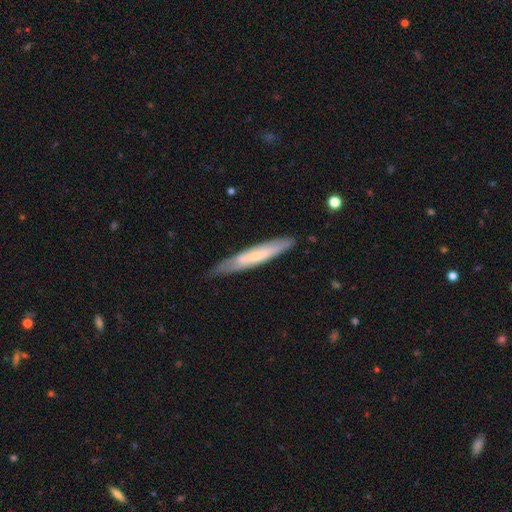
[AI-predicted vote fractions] Smooth or featured? Predicted: featured or disk (p=0.49). Merging? Predicted: none (p=0.79).